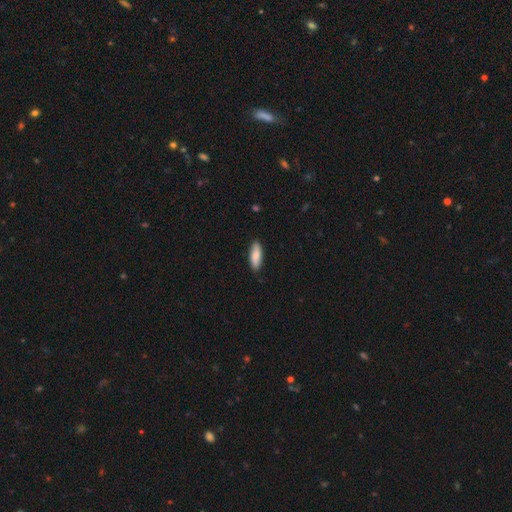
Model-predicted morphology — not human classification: A smooth galaxy with no disk features (87%) that is in between round and cigar-shaped (56%).

Vote fractions:
- Smooth or featured? smooth: 87% / featured or disk: 8% / star or artifact: 5%
- How rounded? in between: 56% / cigar-shaped: 42% / round: 2%
- Merging? none: 88% / minor disturbance: 9% / major disturbance: 2% / merger: 1%